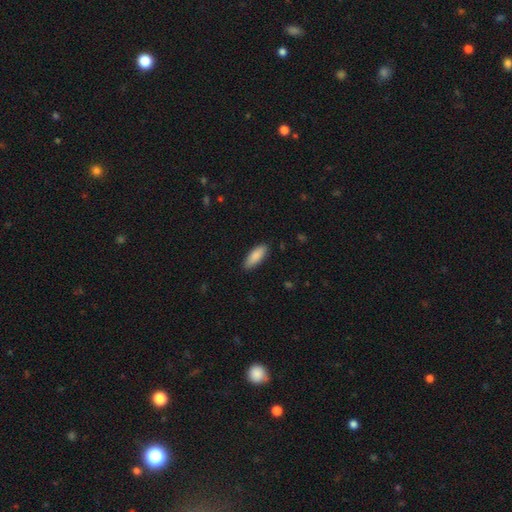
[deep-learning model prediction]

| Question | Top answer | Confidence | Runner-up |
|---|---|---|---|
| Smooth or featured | smooth | 87% | featured or disk (8%) |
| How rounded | in between | 68% | cigar-shaped (30%) |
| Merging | none | 88% | minor disturbance (9%) |